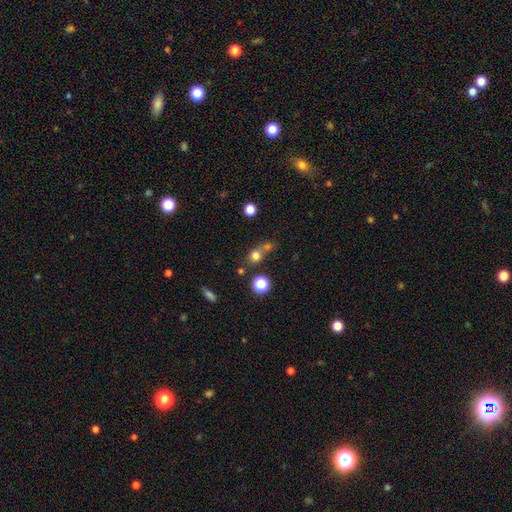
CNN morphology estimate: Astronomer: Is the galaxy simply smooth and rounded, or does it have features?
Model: smooth — 74%.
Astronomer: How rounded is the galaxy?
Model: round — 81%.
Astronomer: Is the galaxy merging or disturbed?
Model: none — 47% (runner-up: merger, 41%).